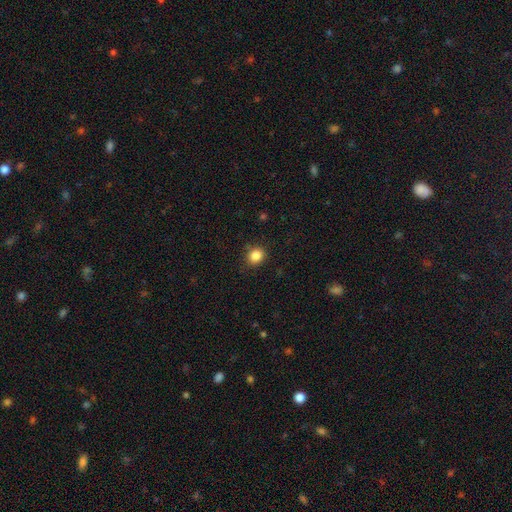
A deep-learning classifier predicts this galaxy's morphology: Smooth or featured: smooth — 85% (star or artifact — 10%)
How rounded: round — 70% (in between — 29%)
Merging: none — 85% (minor disturbance — 11%)